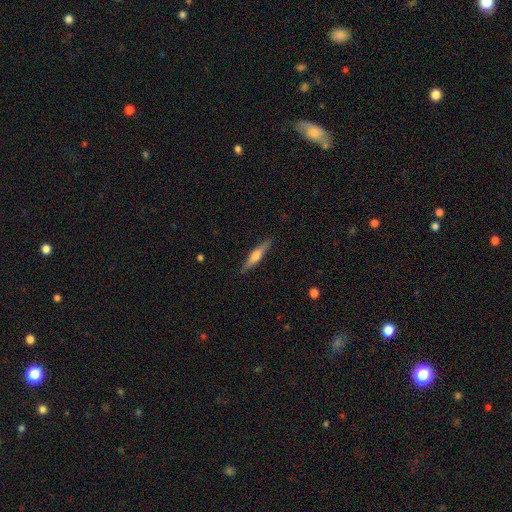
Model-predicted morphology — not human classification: Smooth or featured: smooth — 49% (featured or disk — 46%)
Merging: none — 89% (minor disturbance — 8%)